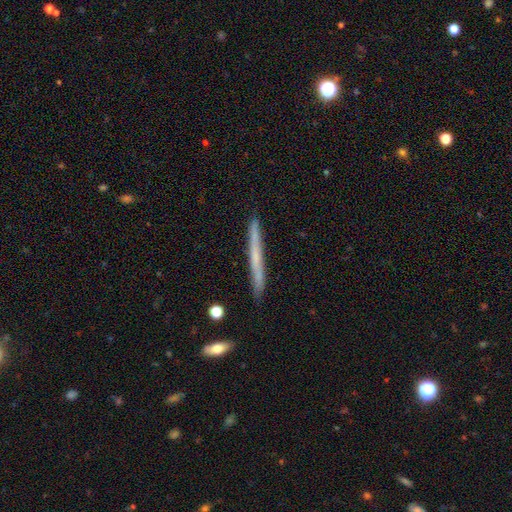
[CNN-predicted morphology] Smooth or featured? Predicted: smooth (p=0.47, tied with featured or disk). Merging? Predicted: none (p=0.90).